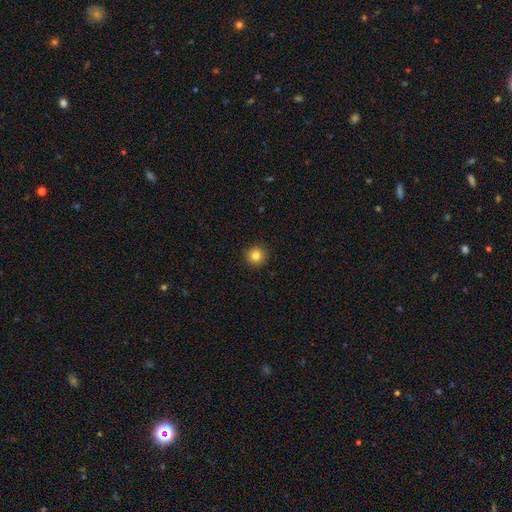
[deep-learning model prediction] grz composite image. It shows a smooth galaxy with no disk features (83%) that is round (95%). Merging: none (92%).